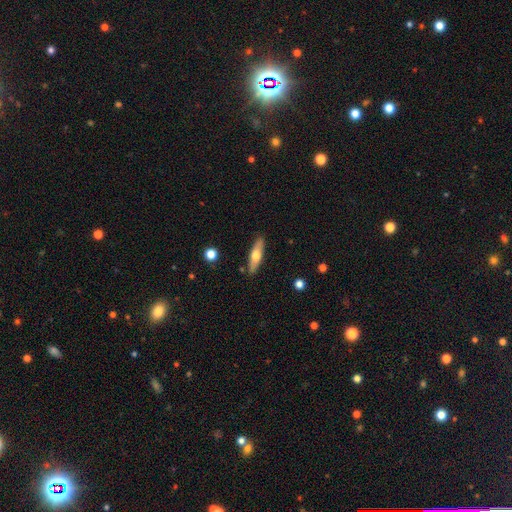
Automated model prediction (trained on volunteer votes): A smooth galaxy with no disk features (53%) that is cigar-shaped (64%).

Vote fractions:
- Smooth or featured? smooth: 53% / featured or disk: 42% / star or artifact: 6%
- How rounded? cigar-shaped: 64% / in between: 33% / round: 2%
- Merging? none: 87% / minor disturbance: 9% / merger: 2% / major disturbance: 2%